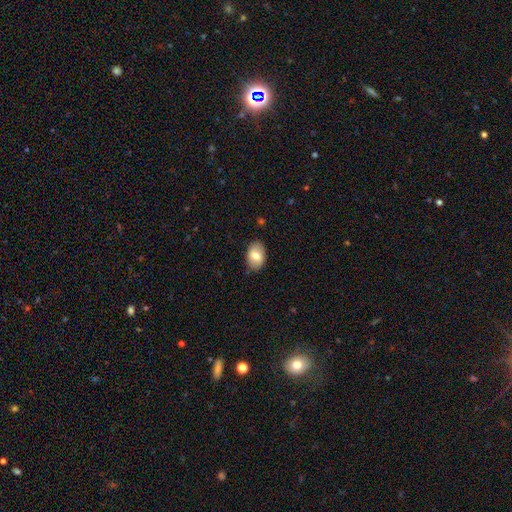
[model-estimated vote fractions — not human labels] This is likely a smooth galaxy (75%). How rounded: clearly in between (87%). Merging: clearly none (85%).